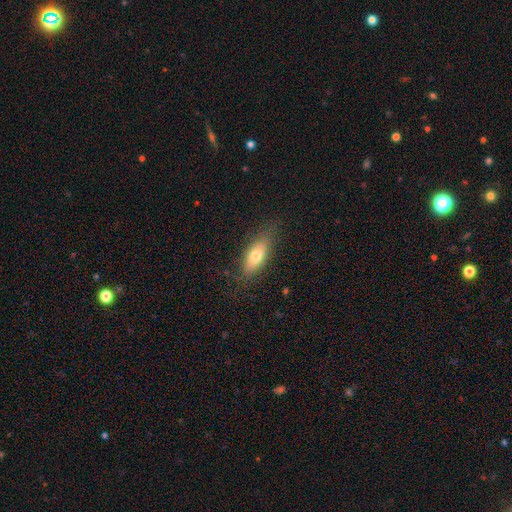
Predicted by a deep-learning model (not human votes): Smooth or featured: smooth — 70% (featured or disk — 23%)
How rounded: in between — 73% (cigar-shaped — 24%)
Merging: none — 79% (minor disturbance — 15%)